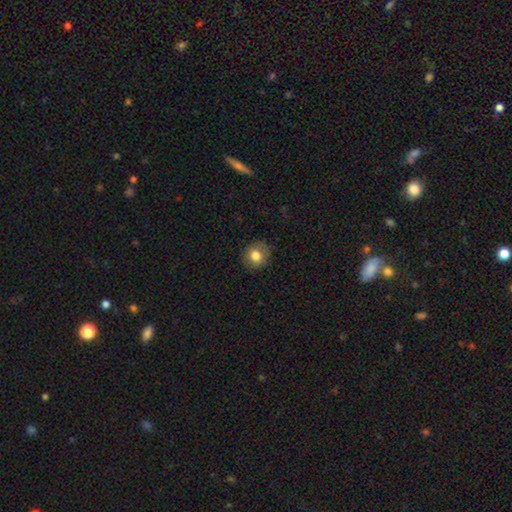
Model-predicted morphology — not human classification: Smooth or featured: smooth — 79% (featured or disk — 12%)
How rounded: round — 81% (in between — 18%)
Merging: none — 85% (minor disturbance — 11%)